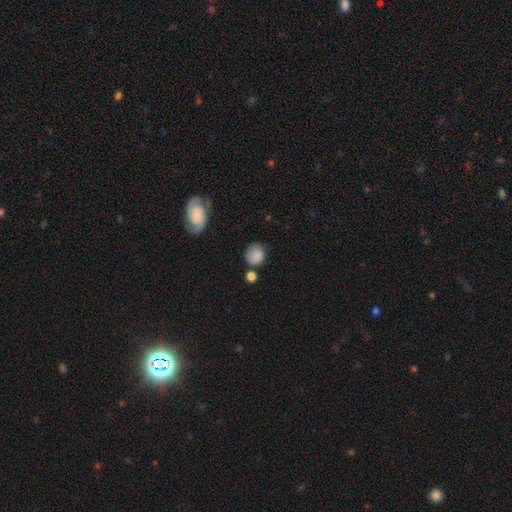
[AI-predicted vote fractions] Morphology: type=smooth (83%); roundness=round (77%); merging=none (66%).